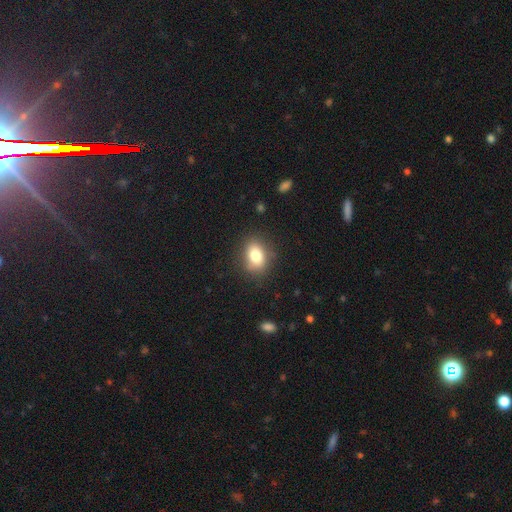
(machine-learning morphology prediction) smooth 81%, featured or disk 10%, star or artifact 9%. Down the decision tree: how rounded — in between (72%); merging — none (81%).